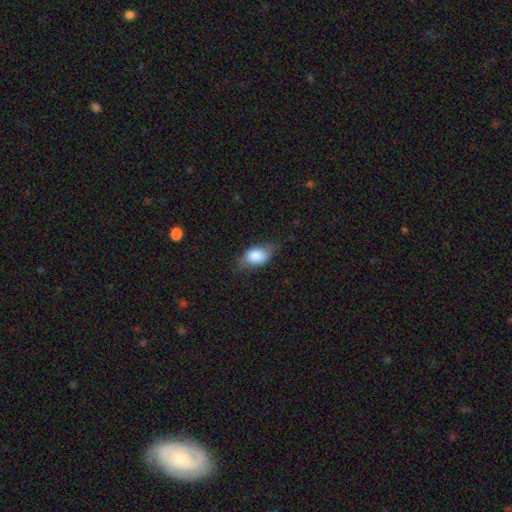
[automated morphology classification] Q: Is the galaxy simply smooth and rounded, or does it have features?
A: smooth — 76%.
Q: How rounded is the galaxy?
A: in between — 84%.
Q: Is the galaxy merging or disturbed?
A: none — 58%.